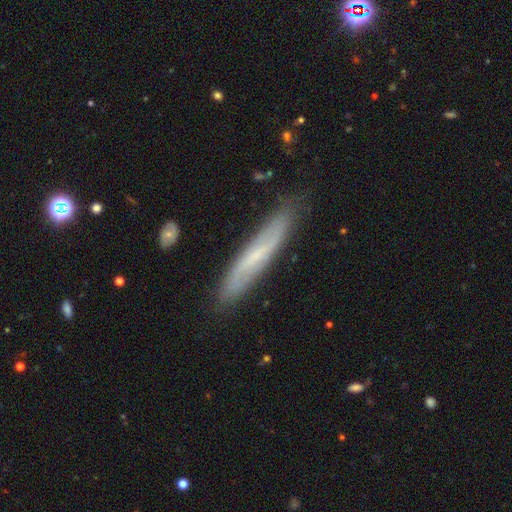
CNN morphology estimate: Smooth or featured? featured or disk (55%)
Edge-on disk? yes (55%)
Merging? none (83%)